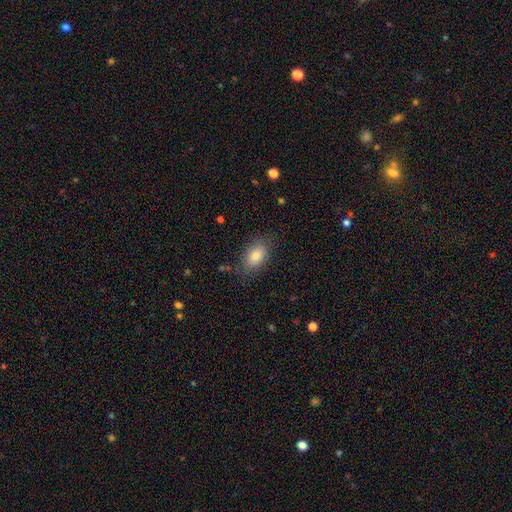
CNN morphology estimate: Smooth or featured?
  - smooth: 80% *
  - featured or disk: 12%
  - star or artifact: 8%
How rounded?
  - in between: 88% *
  - round: 10%
  - cigar-shaped: 2%
Merging?
  - none: 77% *
  - minor disturbance: 17%
  - major disturbance: 5%
  - merger: 2%